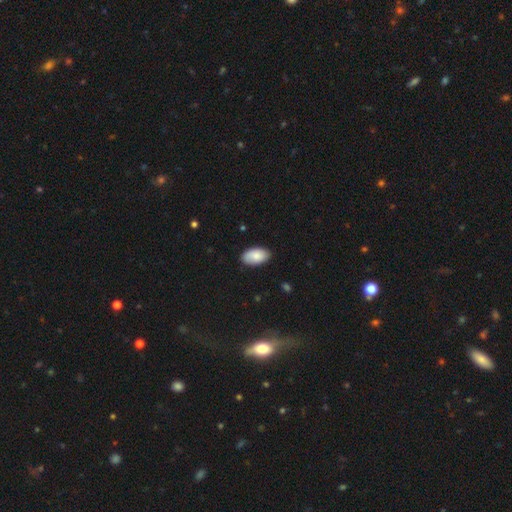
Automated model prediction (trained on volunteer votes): Smooth or featured? Predicted: smooth (p=0.86). How rounded? Predicted: in between (p=0.95). Merging? Predicted: none (p=0.85).